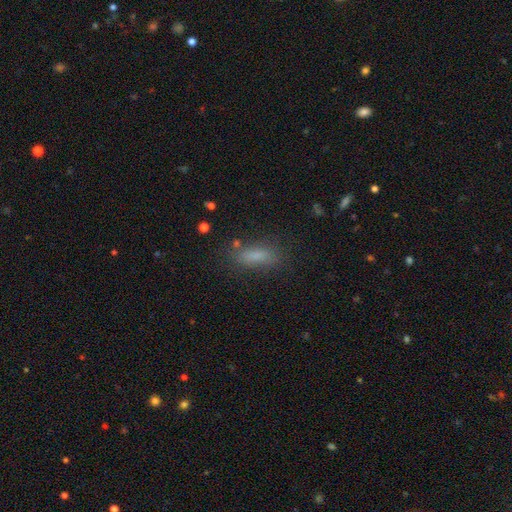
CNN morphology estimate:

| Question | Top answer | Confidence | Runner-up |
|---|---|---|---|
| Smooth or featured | smooth | 77% | star or artifact (12%) |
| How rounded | in between | 56% | cigar-shaped (41%) |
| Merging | none | 77% | minor disturbance (14%) |